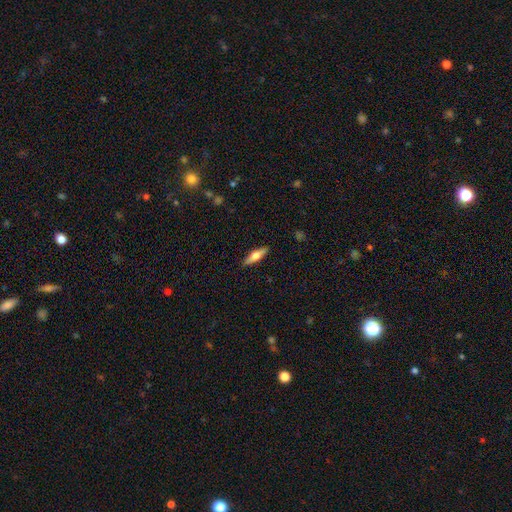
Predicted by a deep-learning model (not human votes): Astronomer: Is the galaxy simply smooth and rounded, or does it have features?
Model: smooth — 50% (runner-up: featured or disk, 44%).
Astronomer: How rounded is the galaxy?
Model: cigar-shaped — 64%.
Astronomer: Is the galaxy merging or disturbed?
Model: none — 89%.